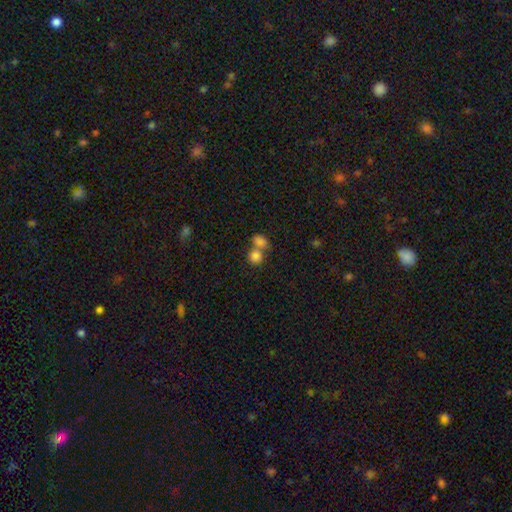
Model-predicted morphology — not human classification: Q: Smooth or featured?
A: smooth (83%); runner-up: star or artifact (10%)
Q: How rounded?
A: round (75%); runner-up: in between (23%)
Q: Merging?
A: merger (51%); runner-up: none (38%)